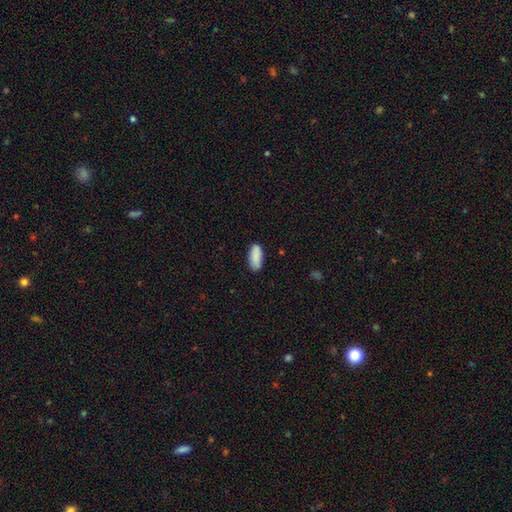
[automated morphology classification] The model was most divided on "merging": none: 82%, minor disturbance: 14%, major disturbance: 2%, merger: 2%. More confident: smooth or featured — smooth (88%); how rounded — in between (84%).